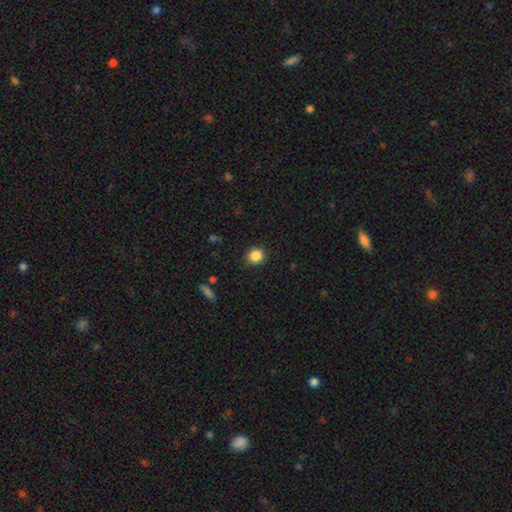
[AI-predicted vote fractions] The model was most divided on "how rounded": round: 86%, in between: 13%, cigar-shaped: 1%. More confident: merging — none (89%); smooth or featured — smooth (86%).